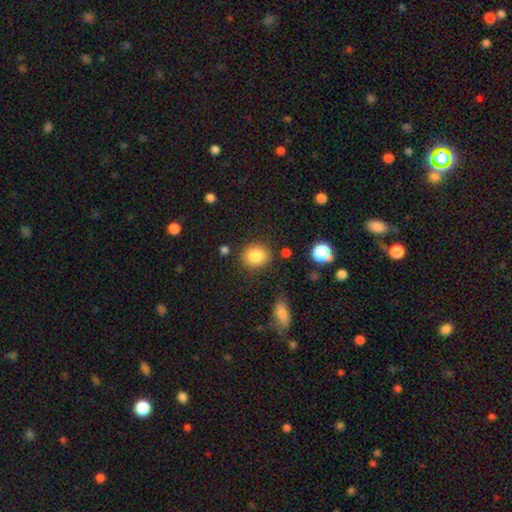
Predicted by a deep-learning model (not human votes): This is clearly a smooth galaxy (85%). How rounded: likely round (71%). Merging: clearly none (84%).